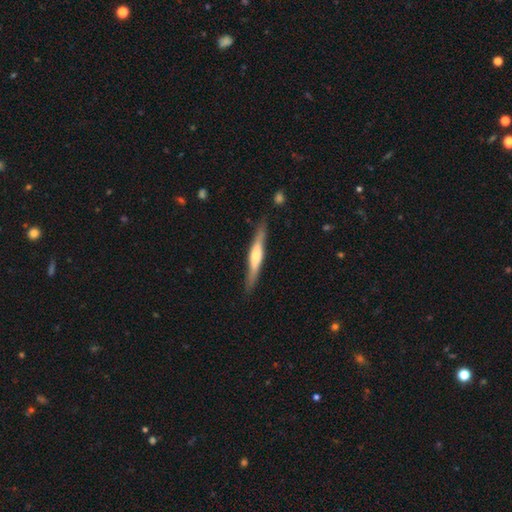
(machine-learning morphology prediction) Smooth or featured? featured or disk (62%)
Edge-on disk? yes (95%)
Edge-on bulge? rounded (78%)
Merging? none (85%)